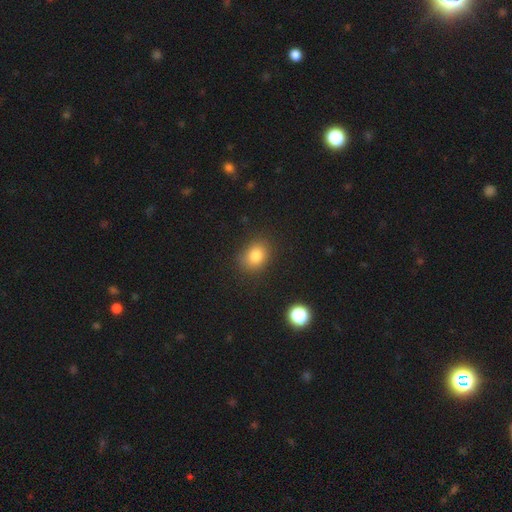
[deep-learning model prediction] Smooth or featured? smooth (82%)
How rounded? round (53%)
Merging? none (84%)